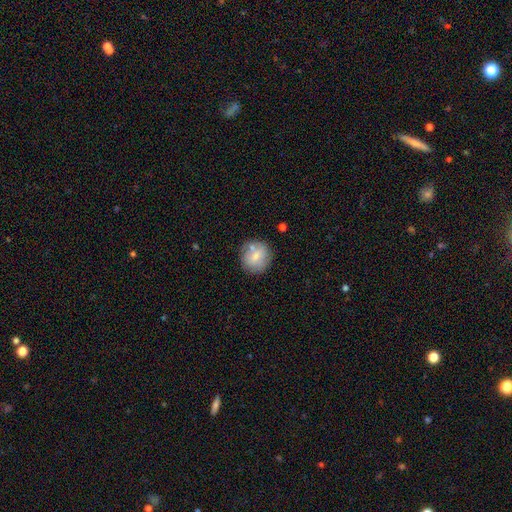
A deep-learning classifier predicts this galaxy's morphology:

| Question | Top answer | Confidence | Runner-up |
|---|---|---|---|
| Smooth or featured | smooth | 71% | featured or disk (21%) |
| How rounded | round | 88% | in between (10%) |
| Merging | none | 73% | minor disturbance (14%) |